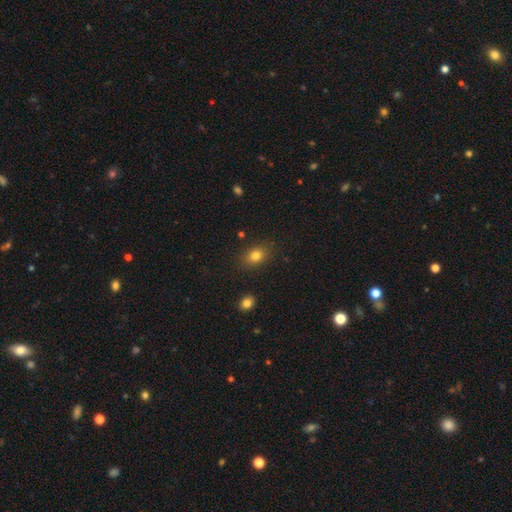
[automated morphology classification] Smooth or featured? smooth (81%)
How rounded? in between (69%)
Merging? none (84%)